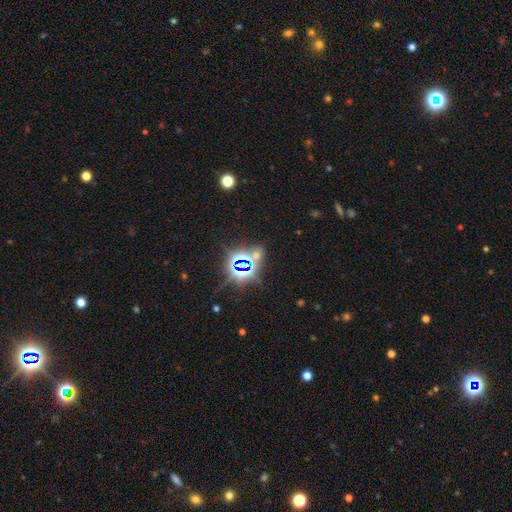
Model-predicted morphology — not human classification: star or artifact 72%, smooth 20%, featured or disk 8%.